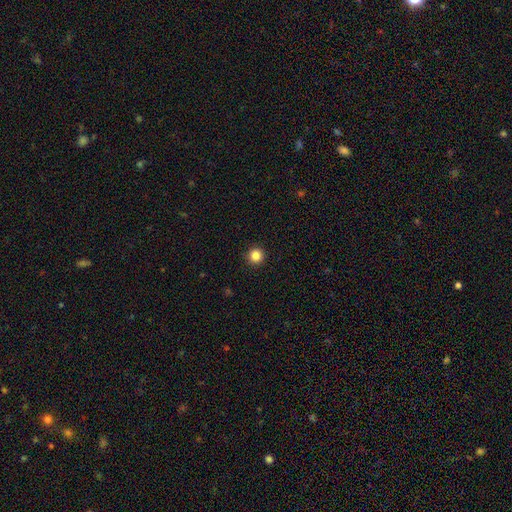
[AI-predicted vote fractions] Smooth or featured?
  - smooth: 85% *
  - star or artifact: 11%
  - featured or disk: 4%
How rounded?
  - round: 96% *
  - in between: 3%
  - cigar-shaped: 1%
Merging?
  - none: 94% *
  - minor disturbance: 4%
  - major disturbance: 1%
  - merger: 1%